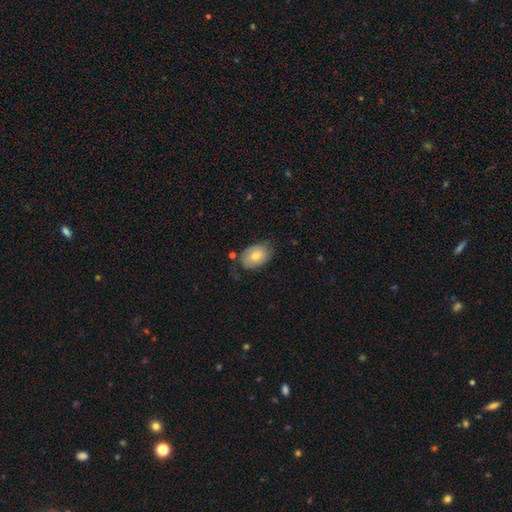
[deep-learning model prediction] smooth-or-featured: smooth: 63% | featured or disk: 28% | star or artifact: 8%
  how-rounded: in between: 83% | round: 16% | cigar-shaped: 1%
  merging: none: 64% | minor disturbance: 24% | major disturbance: 9% | merger: 3%